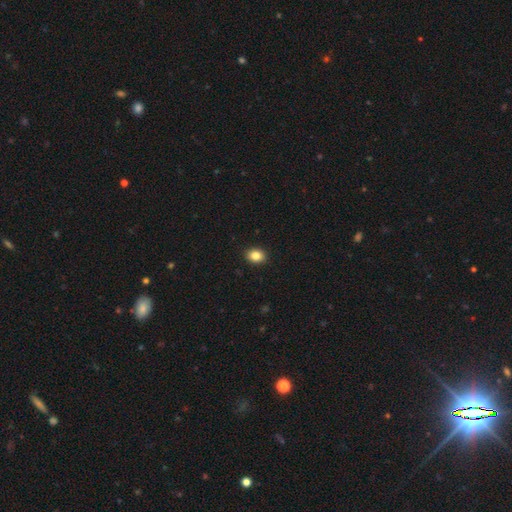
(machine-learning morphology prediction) This is clearly a smooth galaxy (84%). How rounded: possibly in between (58%). Merging: clearly none (91%).